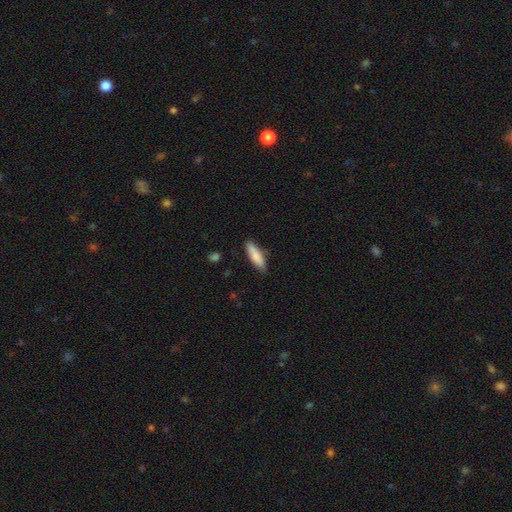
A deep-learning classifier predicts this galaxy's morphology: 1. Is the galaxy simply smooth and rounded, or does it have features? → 84% smooth, 11% featured or disk, 6% star or artifact.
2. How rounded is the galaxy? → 60% cigar-shaped, 39% in between, 2% round.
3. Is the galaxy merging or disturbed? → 83% none, 13% minor disturbance, 2% major disturbance, 1% merger.